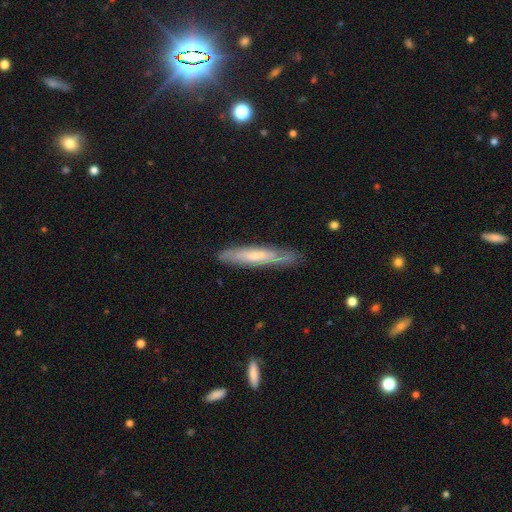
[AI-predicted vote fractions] featured or disk 50%, smooth 44%, star or artifact 6%. Down the decision tree: merging — none (79%).